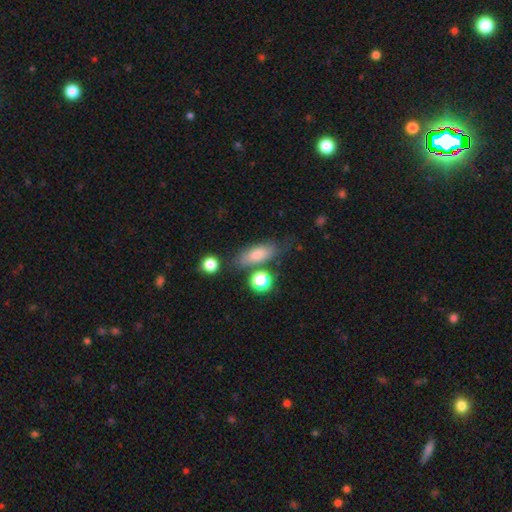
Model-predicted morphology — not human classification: The model was most divided on "how rounded": in between: 69%, cigar-shaped: 25%, round: 6%. More confident: smooth or featured — smooth (74%); merging — none (69%).